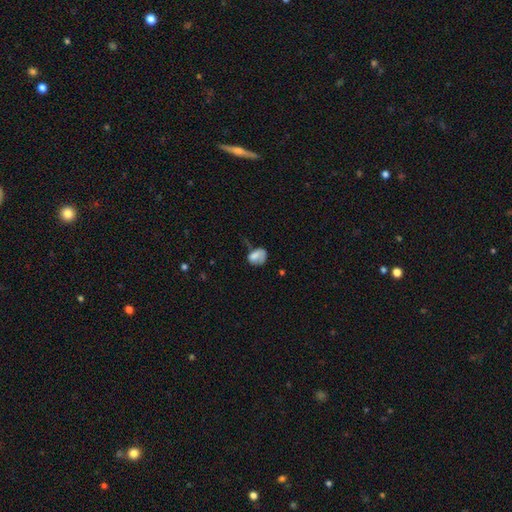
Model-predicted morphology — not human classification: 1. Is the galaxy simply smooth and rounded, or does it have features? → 66% smooth, 24% featured or disk, 10% star or artifact.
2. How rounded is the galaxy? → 62% in between, 36% round, 1% cigar-shaped.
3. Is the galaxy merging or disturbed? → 33% none, 30% major disturbance, 29% minor disturbance, 8% merger.